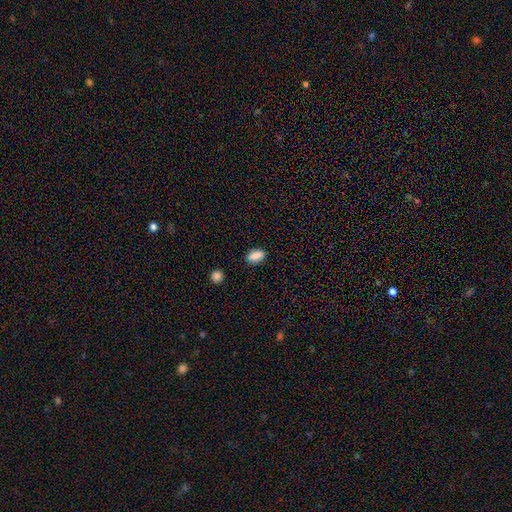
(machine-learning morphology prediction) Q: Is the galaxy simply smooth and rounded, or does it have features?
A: smooth — 87%.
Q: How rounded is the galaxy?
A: in between — 88%.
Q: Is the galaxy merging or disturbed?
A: none — 86%.